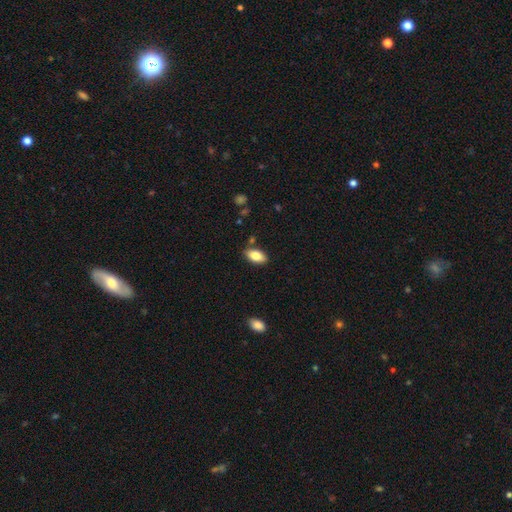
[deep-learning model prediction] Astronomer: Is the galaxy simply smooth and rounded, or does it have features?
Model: smooth — 82%.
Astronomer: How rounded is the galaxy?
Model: in between — 92%.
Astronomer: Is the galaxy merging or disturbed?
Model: none — 83%.